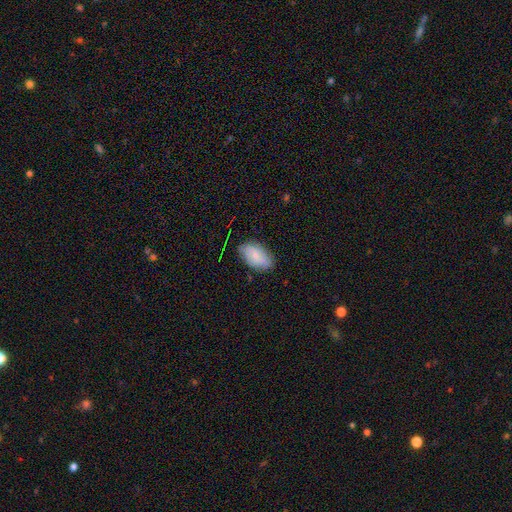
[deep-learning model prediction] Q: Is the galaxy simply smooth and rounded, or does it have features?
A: smooth — 73%.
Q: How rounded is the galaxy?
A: in between — 94%.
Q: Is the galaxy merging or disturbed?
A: none — 72%.